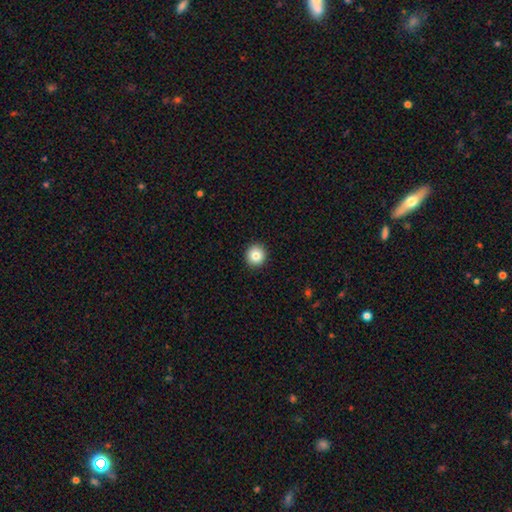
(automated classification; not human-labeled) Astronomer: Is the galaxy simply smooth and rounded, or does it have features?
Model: smooth — 83%.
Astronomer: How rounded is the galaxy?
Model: round — 94%.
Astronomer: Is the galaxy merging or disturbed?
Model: none — 93%.